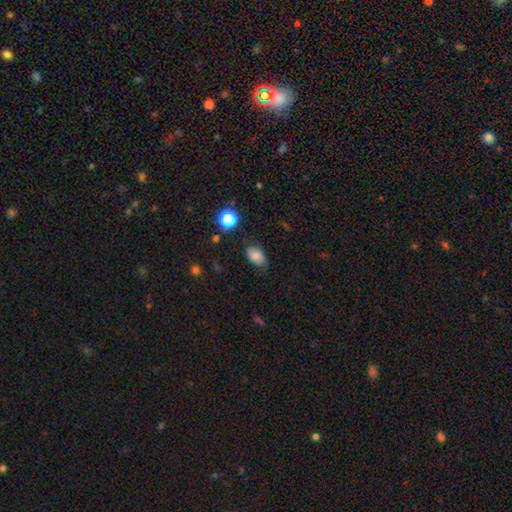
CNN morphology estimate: type=smooth (78%); roundness=in between (87%); merging=none (65%).